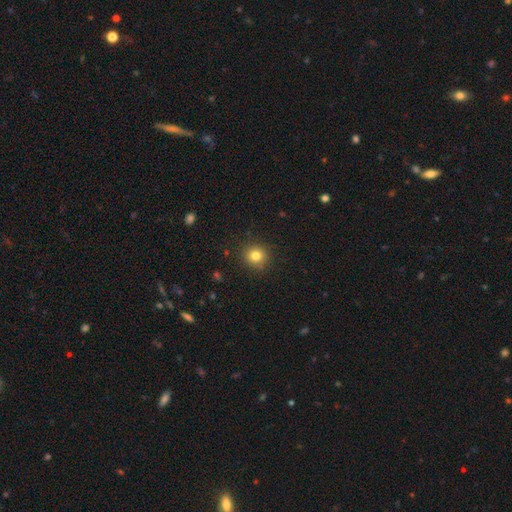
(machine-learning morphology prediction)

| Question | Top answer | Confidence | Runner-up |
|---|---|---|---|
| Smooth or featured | smooth | 81% | star or artifact (13%) |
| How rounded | round | 89% | in between (10%) |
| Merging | none | 90% | minor disturbance (7%) |